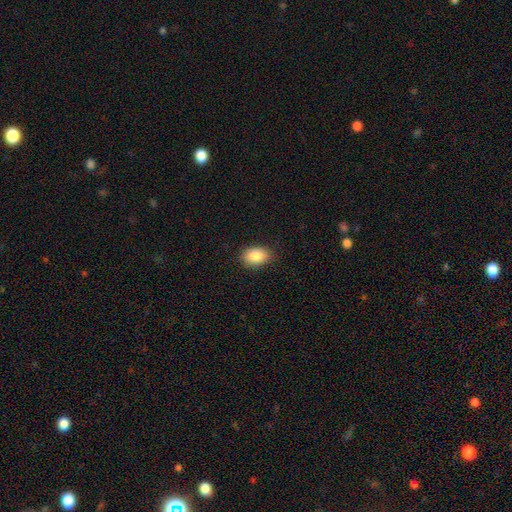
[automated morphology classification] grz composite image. It shows a smooth galaxy with no disk features (88%) that is in between round and cigar-shaped (84%). Merging: none (86%).